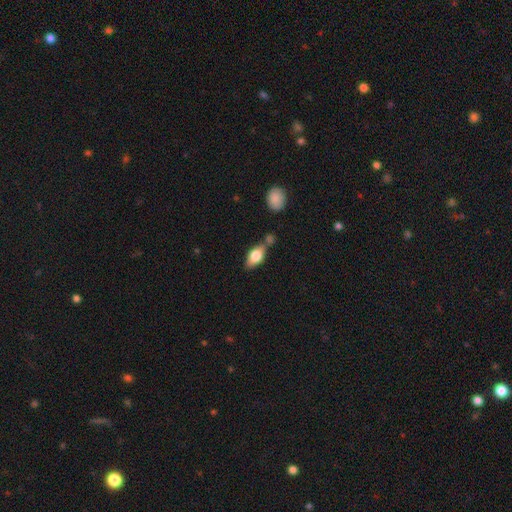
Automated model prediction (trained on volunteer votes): Smooth or featured? smooth (71%)
How rounded? in between (86%)
Merging? none (60%)